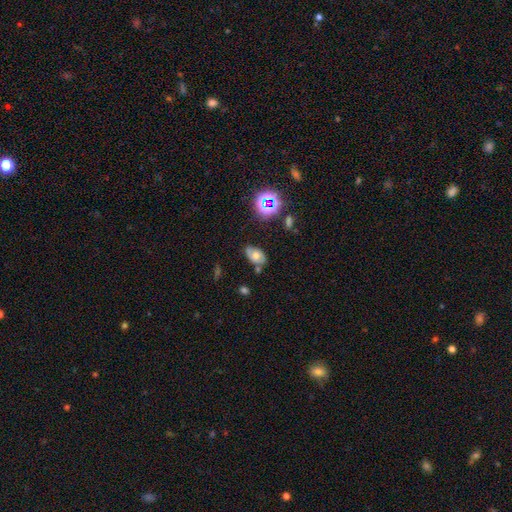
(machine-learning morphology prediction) type=smooth (53%); roundness=in between (88%); merging=none (64%).